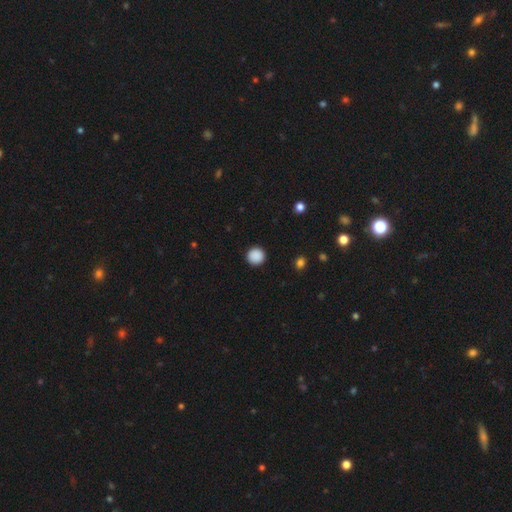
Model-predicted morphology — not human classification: A smooth galaxy with no disk features (89%) that is round (95%).

Vote fractions:
- Smooth or featured? smooth: 89% / star or artifact: 9% / featured or disk: 2%
- How rounded? round: 95% / in between: 4% / cigar-shaped: 1%
- Merging? none: 93% / minor disturbance: 4% / major disturbance: 2% / merger: 1%